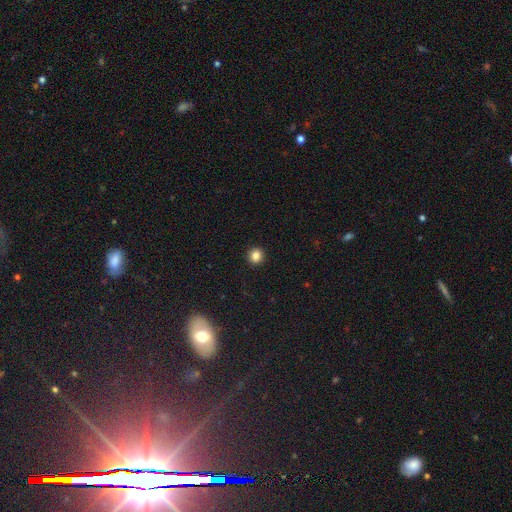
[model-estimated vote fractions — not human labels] Smooth or featured? Predicted: smooth (p=0.85). How rounded? Predicted: round (p=0.89). Merging? Predicted: none (p=0.93).